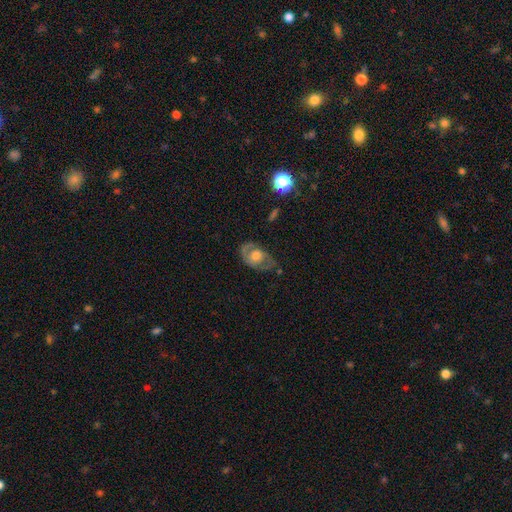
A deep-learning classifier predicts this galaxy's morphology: type=featured or disk (62%); edge-on=no (93%); bar=no (73%); spiral arms=yes (62%); bulge=moderate (59%); merging=none (60%).